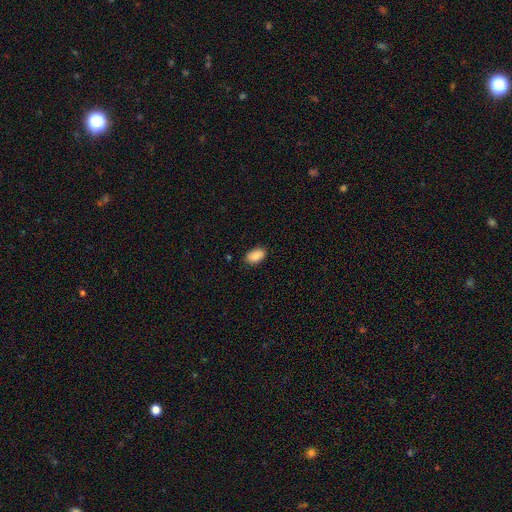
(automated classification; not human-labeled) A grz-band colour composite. It shows a smooth galaxy with no disk features (87%) that is in between round and cigar-shaped (92%). Merging: none (85%).